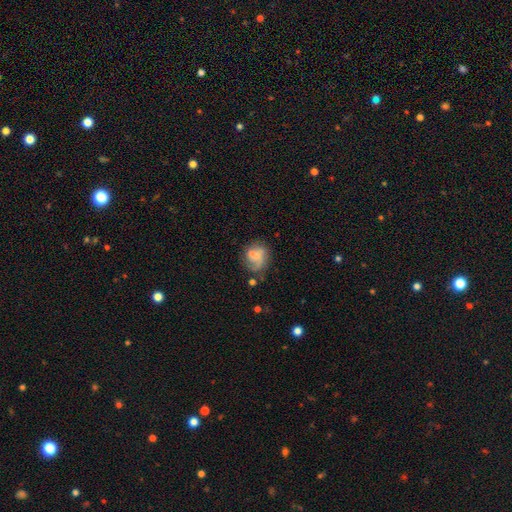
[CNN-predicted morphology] Smooth or featured? smooth (53%)
How rounded? round (58%)
Merging? none (43%)